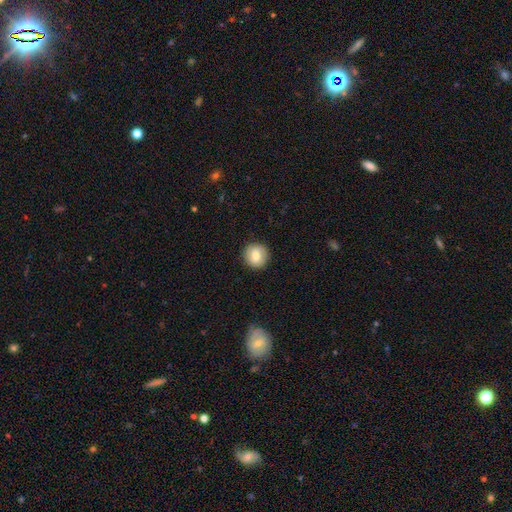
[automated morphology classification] smooth_or_featured: smooth (p=0.78) [alt: featured or disk p=0.14]
how_rounded: round (p=0.93) [alt: in between p=0.06]
merging: none (p=0.90) [alt: minor disturbance p=0.07]